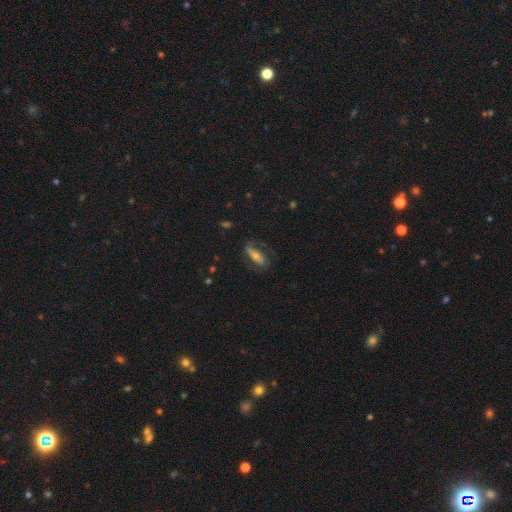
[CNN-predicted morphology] A featured or disk galaxy (60%) with a strong bar (39%), spiral arms (75%) and a moderate central bulge (48%). Merging: none (62%).